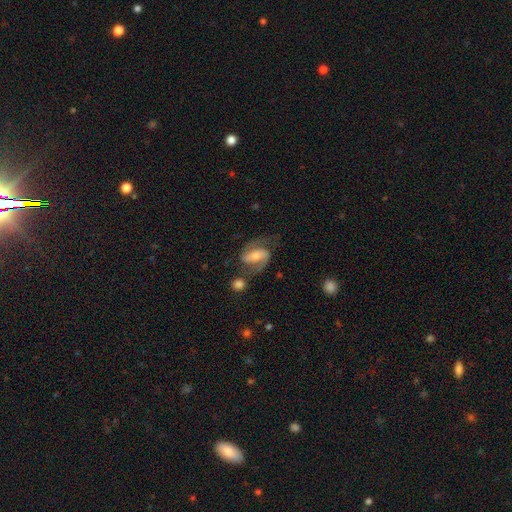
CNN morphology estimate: Q: Smooth or featured?
A: featured or disk (81%); runner-up: smooth (13%)
Q: Edge-on disk?
A: no (97%); runner-up: yes (3%)
Q: Bar?
A: strong (42%); runner-up: weak (35%)
Q: Spiral arms?
A: yes (95%); runner-up: no (5%)
Q: Spiral winding?
A: medium (53%); runner-up: loose (29%)
Q: Spiral arm count?
A: 2 (91%); runner-up: can't tell (3%)
Q: Bulge size?
A: moderate (50%); runner-up: small (39%)
Q: Merging?
A: none (64%); runner-up: minor disturbance (17%)